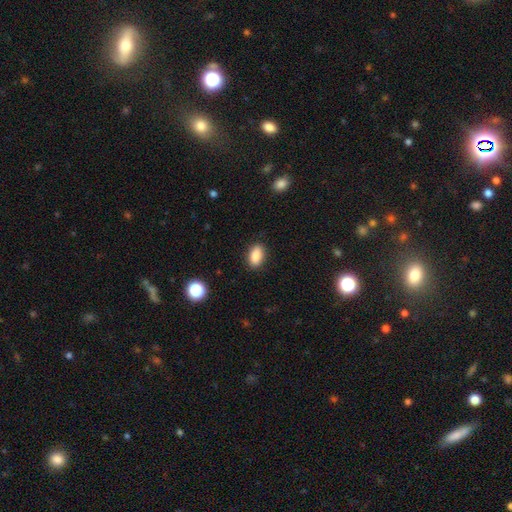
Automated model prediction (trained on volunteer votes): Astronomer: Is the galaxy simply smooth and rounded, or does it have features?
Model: smooth — 88%.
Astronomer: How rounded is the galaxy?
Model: in between — 90%.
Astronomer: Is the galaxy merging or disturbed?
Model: none — 88%.